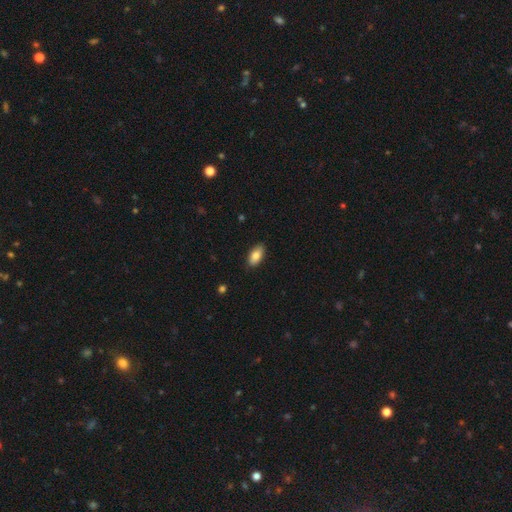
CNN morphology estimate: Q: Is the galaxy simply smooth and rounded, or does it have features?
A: smooth — 84%.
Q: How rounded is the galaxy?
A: in between — 92%.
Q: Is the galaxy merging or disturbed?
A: none — 87%.